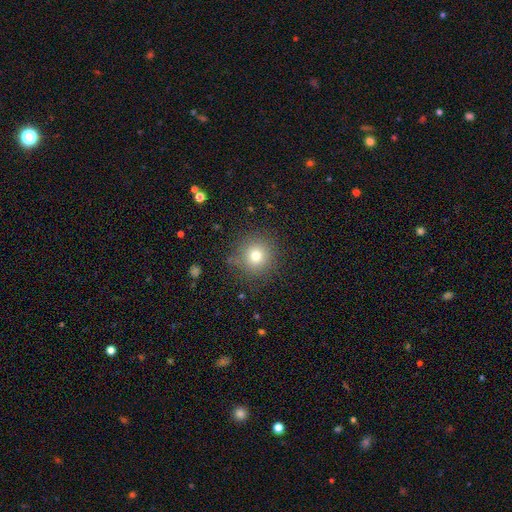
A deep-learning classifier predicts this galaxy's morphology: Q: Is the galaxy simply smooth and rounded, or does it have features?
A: smooth — 75%.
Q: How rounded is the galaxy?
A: round — 93%.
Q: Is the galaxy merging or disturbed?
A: none — 85%.